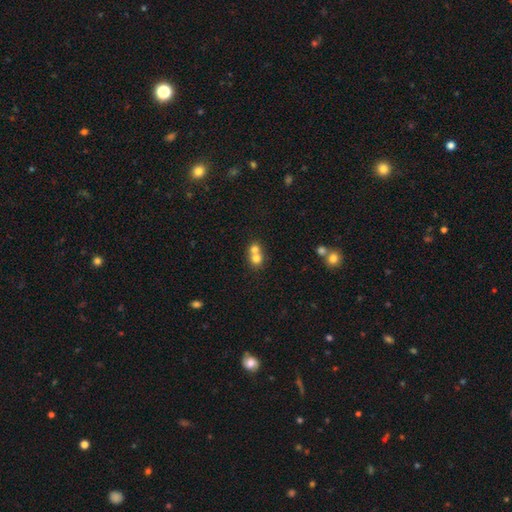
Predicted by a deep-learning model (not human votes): Smooth or featured? smooth (74%)
How rounded? round (80%)
Merging? merger (65%)